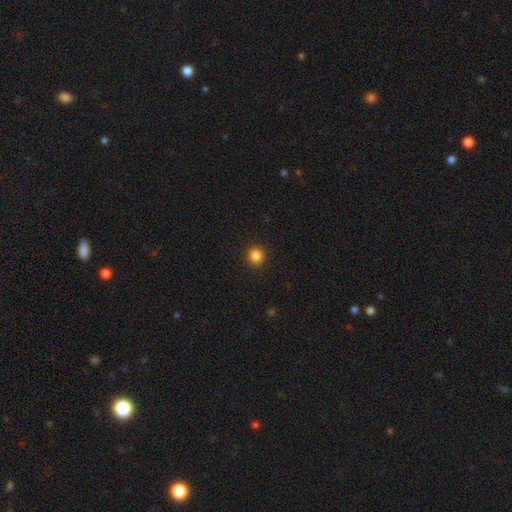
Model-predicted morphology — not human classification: Q: Smooth or featured?
A: smooth (85%); runner-up: star or artifact (12%)
Q: How rounded?
A: round (93%); runner-up: in between (6%)
Q: Merging?
A: none (92%); runner-up: minor disturbance (5%)